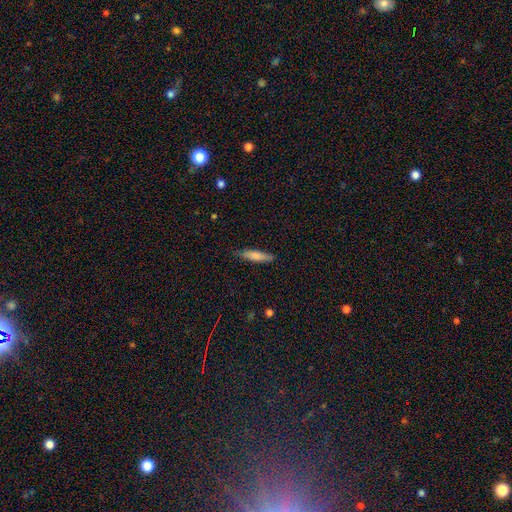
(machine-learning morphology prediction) Overall: smooth (76%). How rounded: cigar-shaped (78%). Merging: none (85%).